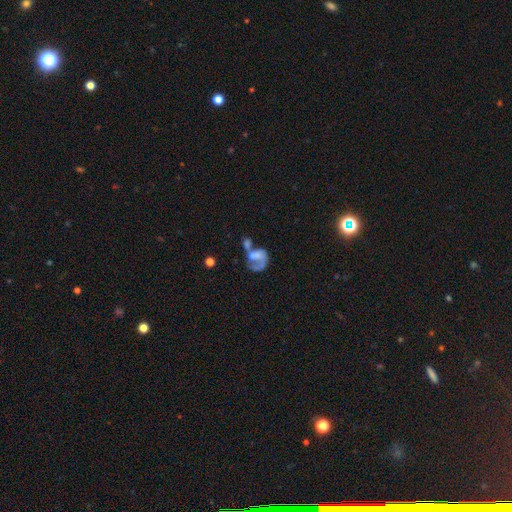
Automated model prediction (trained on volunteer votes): Smooth or featured? Predicted: featured or disk (p=0.57). Edge-on disk? Predicted: no (p=0.98). Bar? Predicted: no (p=0.70). Spiral arms? Predicted: yes (p=0.61). Bulge size? Predicted: none (p=0.41). Merging? Predicted: merger (p=0.39).